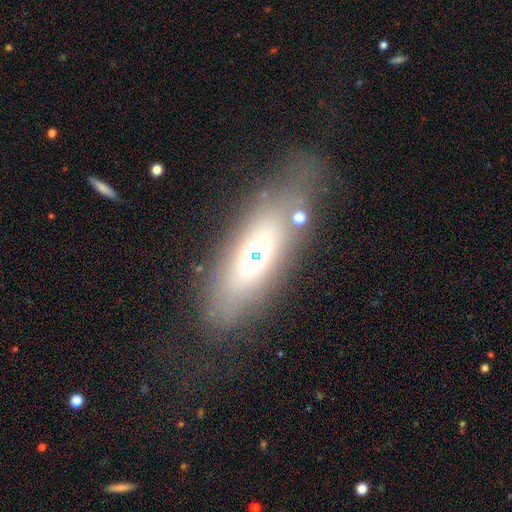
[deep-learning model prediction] Overall: smooth (48%; featured or disk 35%). Merging: none (66%).